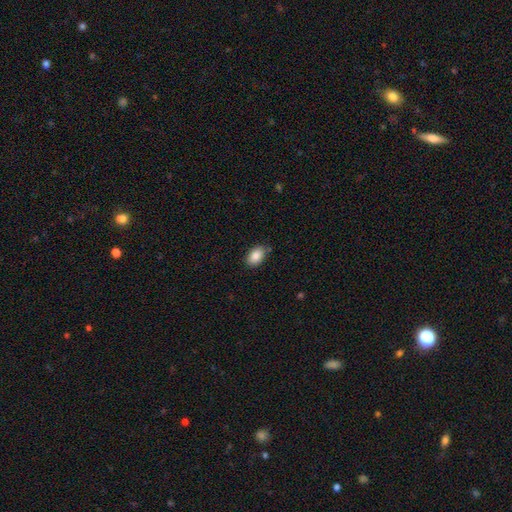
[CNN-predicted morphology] smooth-or-featured: smooth: 87% | star or artifact: 7% | featured or disk: 5%
  how-rounded: in between: 88% | round: 11% | cigar-shaped: 1%
  merging: none: 81% | minor disturbance: 14% | merger: 3% | major disturbance: 3%